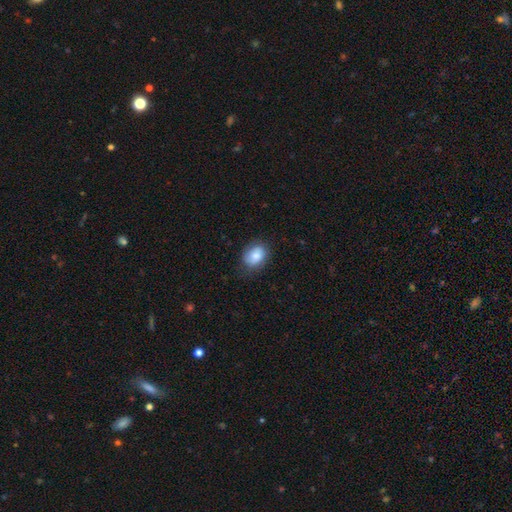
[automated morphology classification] Smooth or featured? smooth (79%)
How rounded? in between (64%)
Merging? none (73%)